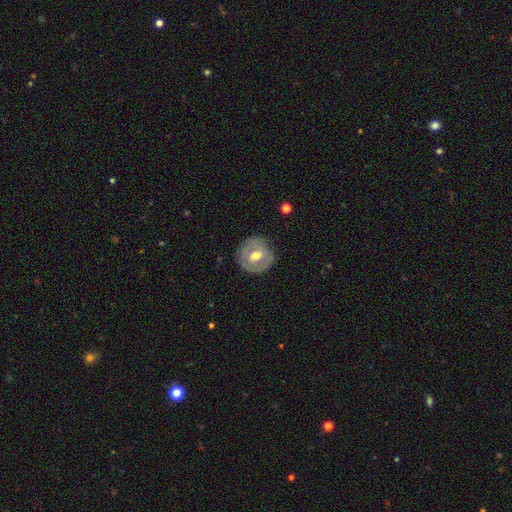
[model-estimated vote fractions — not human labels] A featured or disk galaxy (57%) with a weak bar (44%), no spiral arms (61%) and a moderate central bulge (73%).

Vote fractions:
- Smooth or featured? featured or disk: 57% / smooth: 37% / star or artifact: 6%
- Edge-on disk? no: 95% / yes: 5%
- Bar? weak: 44% / no: 39% / strong: 17%
- Spiral arms? no: 61% / yes: 39%
- Bulge size? moderate: 73% / small: 18% / large: 7% / none: 1% / dominant: 1%
- Merging? none: 80% / minor disturbance: 14% / major disturbance: 5% / merger: 1%